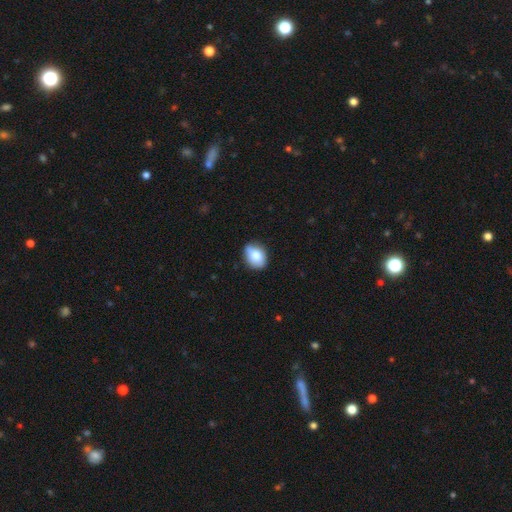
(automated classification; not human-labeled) Smooth or featured: smooth — 80% (featured or disk — 13%)
How rounded: in between — 65% (round — 33%)
Merging: none — 75% (minor disturbance — 20%)